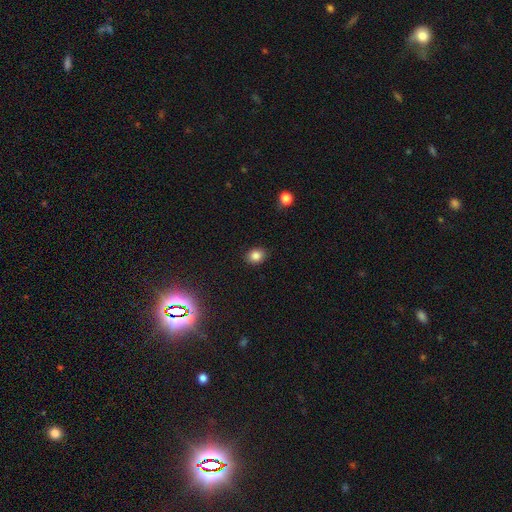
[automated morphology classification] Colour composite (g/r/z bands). It shows a smooth galaxy with no disk features (84%) that is round (53%). Merging: none (88%).